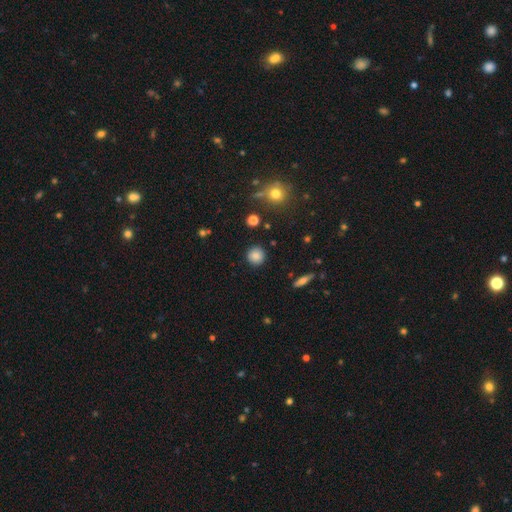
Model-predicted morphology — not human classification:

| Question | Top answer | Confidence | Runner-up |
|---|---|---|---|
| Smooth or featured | smooth | 84% | star or artifact (10%) |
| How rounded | round | 93% | in between (5%) |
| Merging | none | 91% | minor disturbance (6%) |